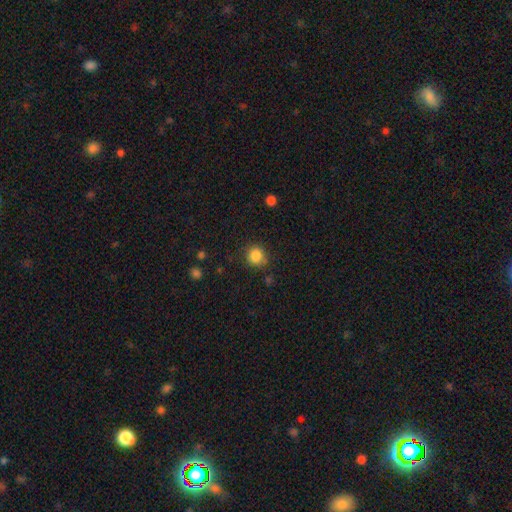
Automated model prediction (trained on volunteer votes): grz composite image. It shows a smooth galaxy with no disk features (85%) that is round (89%). Merging: none (81%).